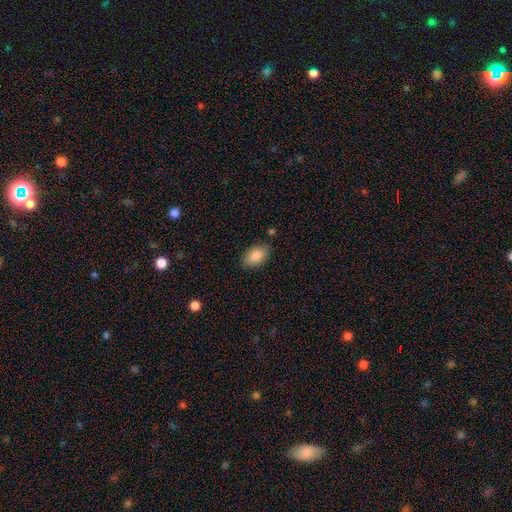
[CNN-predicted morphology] Overall: smooth (87%). How rounded: in between (92%). Merging: none (83%).